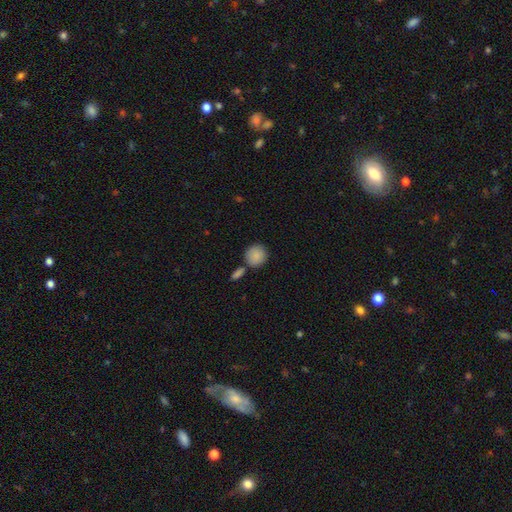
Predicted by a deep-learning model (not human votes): This is clearly a smooth galaxy (88%). How rounded: clearly round (88%). Merging: likely none (70%).